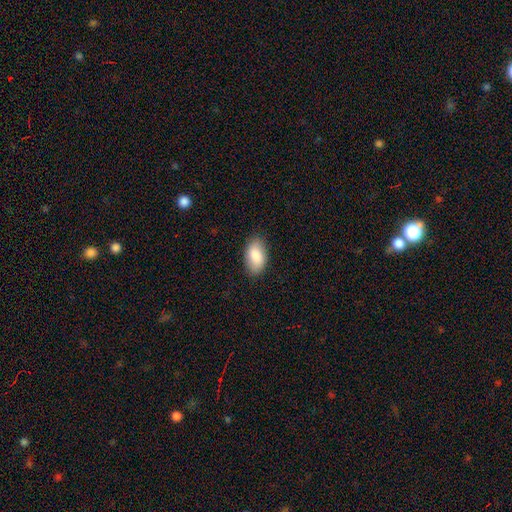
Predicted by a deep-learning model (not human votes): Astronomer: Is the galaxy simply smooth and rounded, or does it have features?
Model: smooth — 86%.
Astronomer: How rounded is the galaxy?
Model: in between — 94%.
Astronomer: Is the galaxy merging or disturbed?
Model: none — 85%.